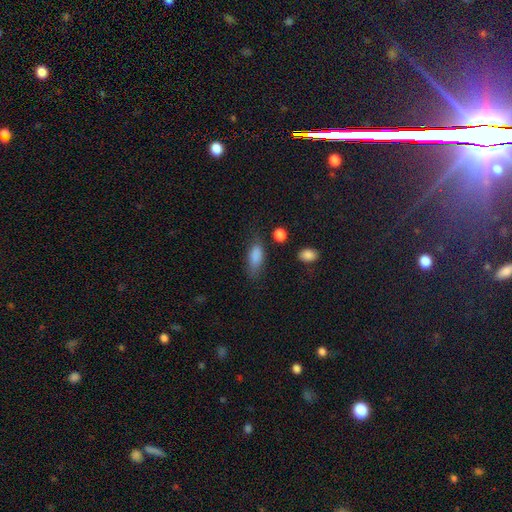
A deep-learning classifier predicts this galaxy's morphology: smooth_or_featured: smooth (p=0.84) [alt: star or artifact p=0.08]
how_rounded: in between (p=0.77) [alt: cigar-shaped p=0.19]
merging: none (p=0.60) [alt: minor disturbance p=0.26]